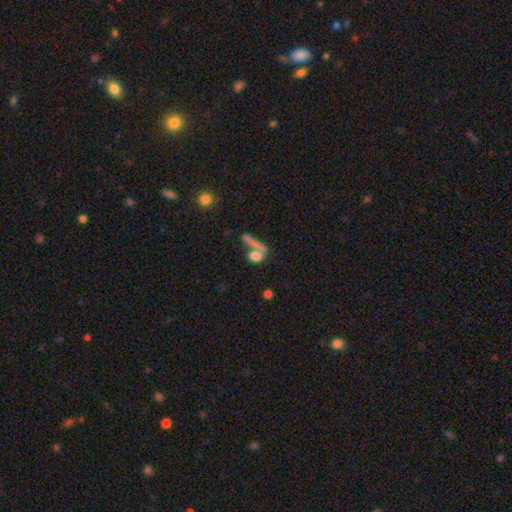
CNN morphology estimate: This appears to be a smooth galaxy with no disk features (71%) that is in between round and cigar-shaped (45%). Merging: merger (42%).